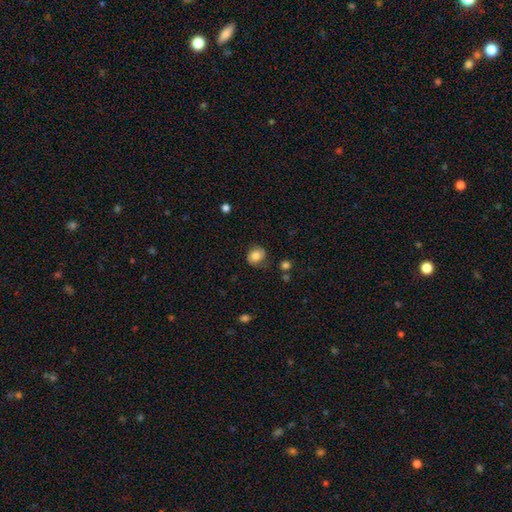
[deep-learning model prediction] A smooth galaxy with no disk features (77%) that is round (65%). Merging: none (70%).